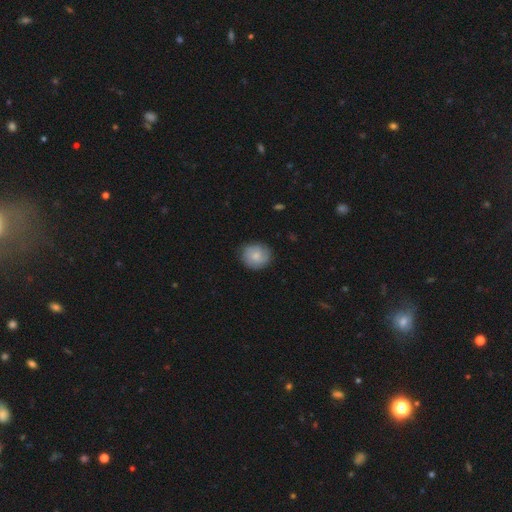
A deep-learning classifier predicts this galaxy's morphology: type=smooth (72%); roundness=round (82%); merging=none (83%).